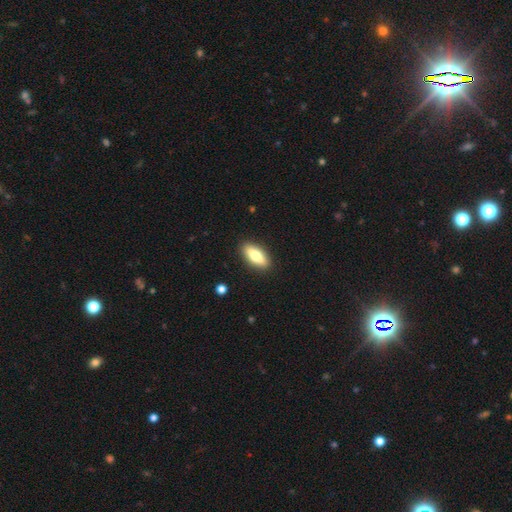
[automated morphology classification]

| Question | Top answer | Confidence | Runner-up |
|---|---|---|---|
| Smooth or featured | smooth | 67% | featured or disk (27%) |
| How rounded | in between | 71% | cigar-shaped (27%) |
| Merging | none | 89% | minor disturbance (8%) |